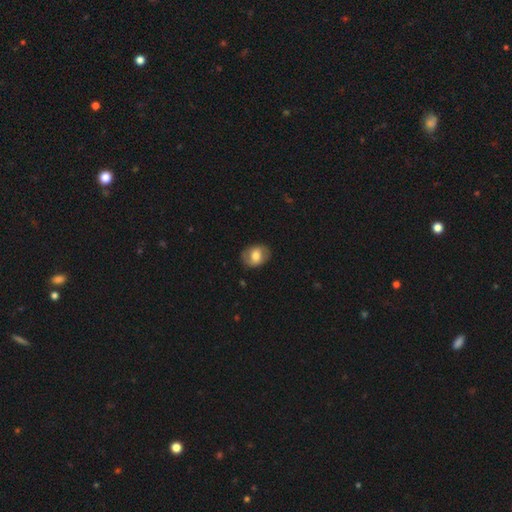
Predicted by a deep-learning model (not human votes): Morphology: type=smooth (61%); roundness=in between (64%); merging=none (82%).